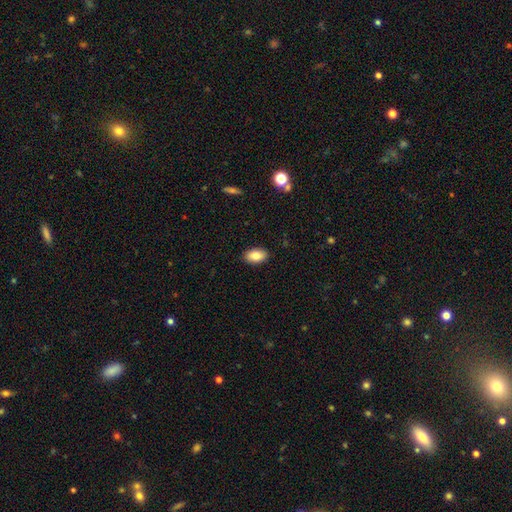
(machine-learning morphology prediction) Smooth or featured? smooth (84%)
How rounded? in between (93%)
Merging? none (90%)